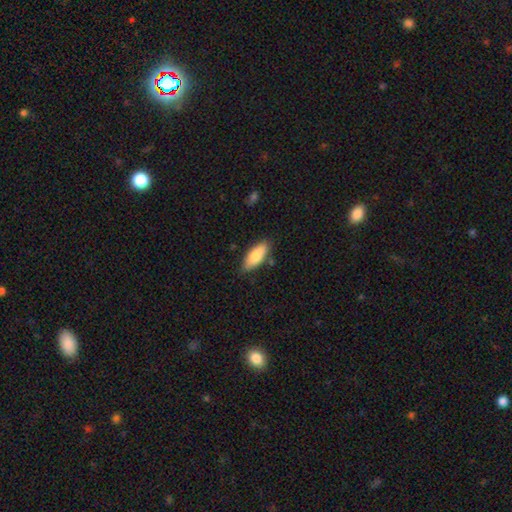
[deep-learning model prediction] smooth 81%, featured or disk 13%, star or artifact 6%. Down the decision tree: how rounded — in between (77%); merging — none (79%).